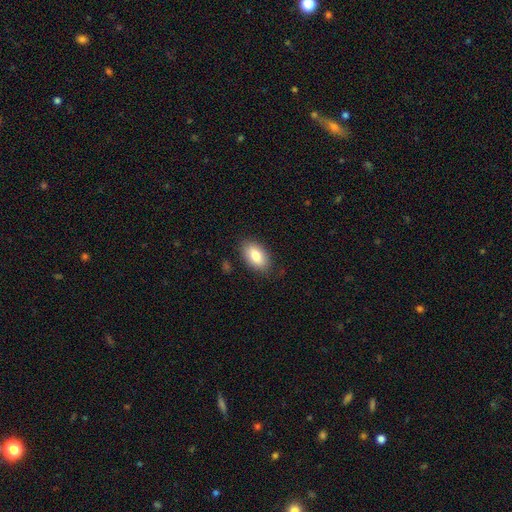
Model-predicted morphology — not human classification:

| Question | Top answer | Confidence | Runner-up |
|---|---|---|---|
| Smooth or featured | smooth | 83% | featured or disk (10%) |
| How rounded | in between | 93% | round (5%) |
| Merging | none | 84% | minor disturbance (12%) |